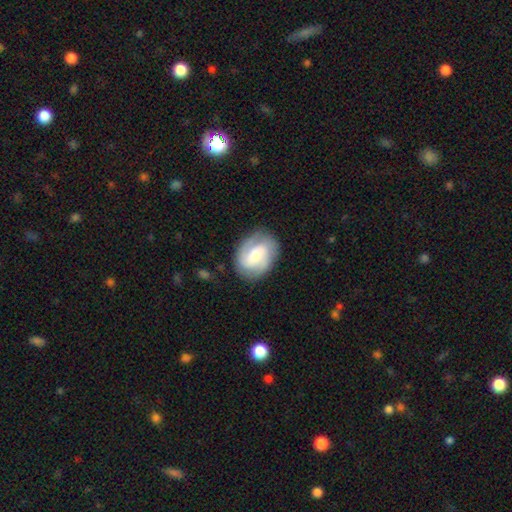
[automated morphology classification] This is likely a featured or disk galaxy (63%). It is clearly not viewed edge-on (97%). Bar: marginally weak (44%). Spiral arm pattern: clearly yes (89%). Spiral arm count: possibly 2 (59%). Spiral winding: marginally medium (44%). Central bulge: marginally moderate (41%). Merging: likely none (77%).